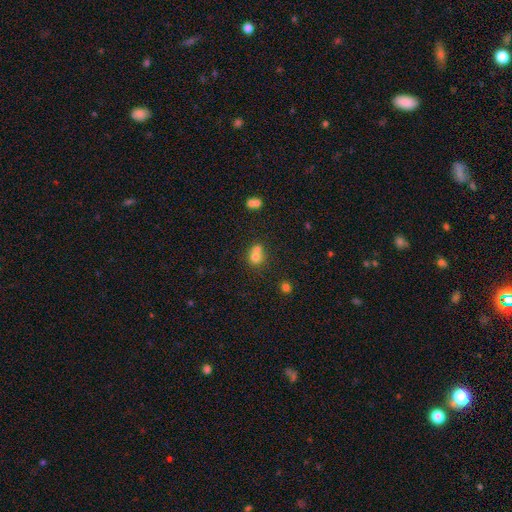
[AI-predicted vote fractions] Morphology: type=smooth (71%); roundness=round (79%); merging=merger (56%).